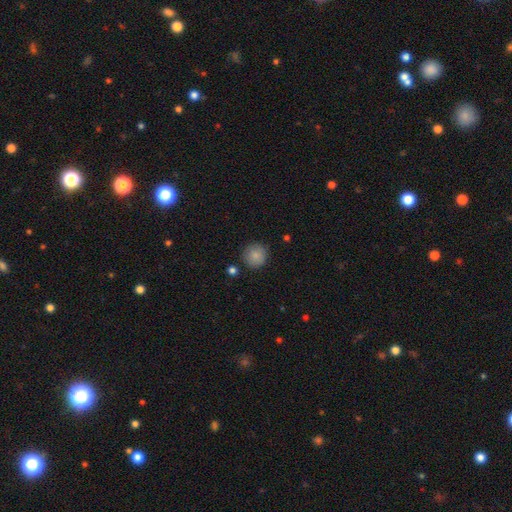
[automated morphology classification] Smooth or featured?
  - smooth: 86% *
  - star or artifact: 8%
  - featured or disk: 6%
How rounded?
  - round: 92% *
  - in between: 7%
  - cigar-shaped: 1%
Merging?
  - none: 84% *
  - minor disturbance: 11%
  - major disturbance: 3%
  - merger: 2%